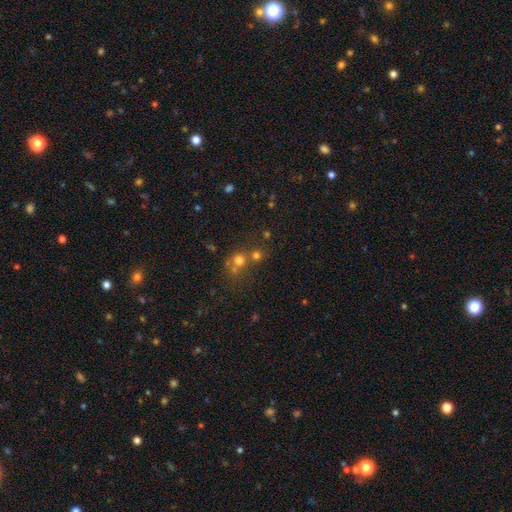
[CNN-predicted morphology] The model was most divided on "merging": none: 47%, merger: 41%, minor disturbance: 7%, major disturbance: 4%. More confident: how rounded — round (84%); smooth or featured — smooth (56%).